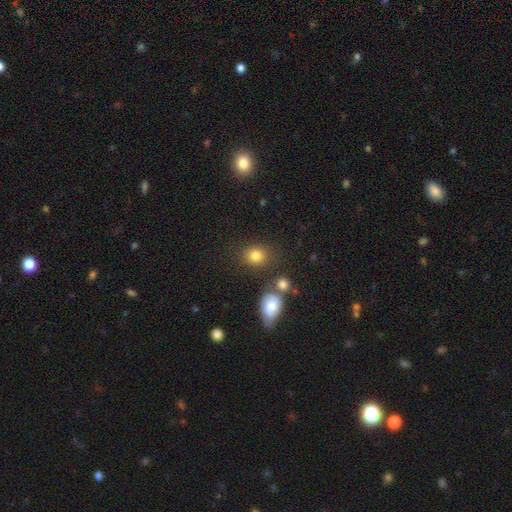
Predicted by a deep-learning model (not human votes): A smooth galaxy with no disk features (81%) that is round (69%). Merging: none (75%).